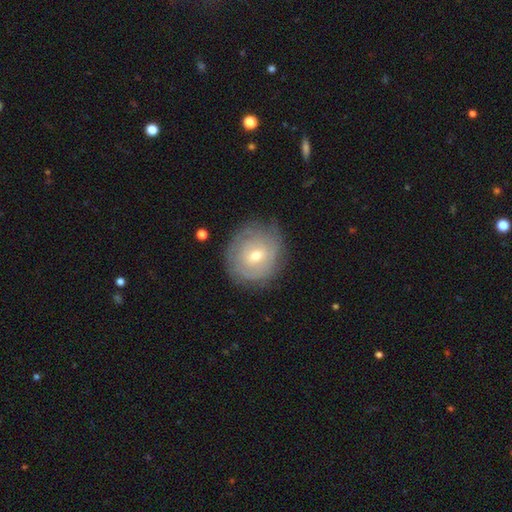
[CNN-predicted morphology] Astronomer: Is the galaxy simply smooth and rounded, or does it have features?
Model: featured or disk — 56% (runner-up: smooth, 35%).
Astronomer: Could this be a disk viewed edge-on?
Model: no — 96%.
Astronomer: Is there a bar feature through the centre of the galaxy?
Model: no — 54% (runner-up: weak, 38%).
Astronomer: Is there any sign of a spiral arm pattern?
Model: yes — 68%.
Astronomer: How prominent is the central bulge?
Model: moderate — 51% (runner-up: small, 46%).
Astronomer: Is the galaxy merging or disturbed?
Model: none — 78%.